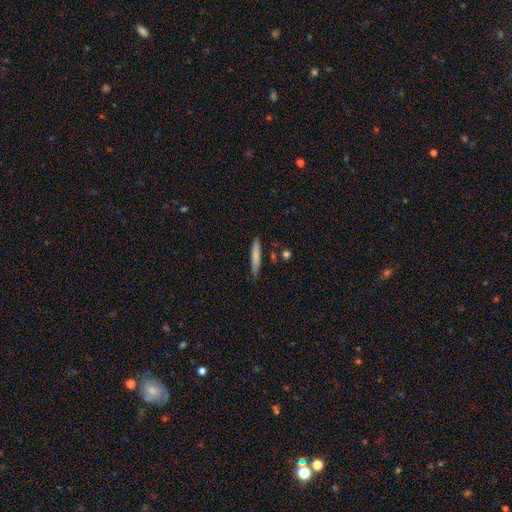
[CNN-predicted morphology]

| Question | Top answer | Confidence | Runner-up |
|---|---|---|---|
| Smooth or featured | smooth | 72% | featured or disk (22%) |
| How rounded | cigar-shaped | 91% | in between (8%) |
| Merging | none | 82% | minor disturbance (12%) |